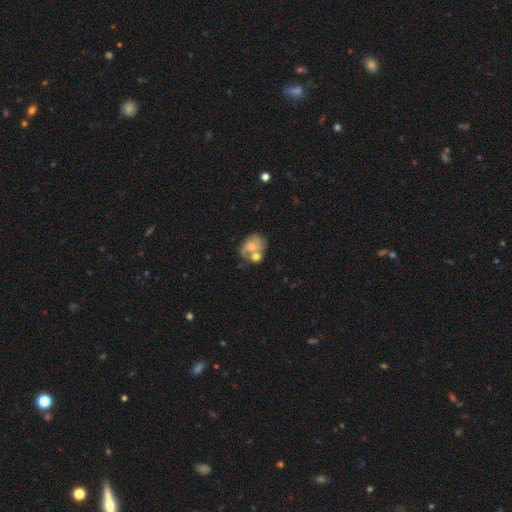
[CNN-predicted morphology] Smooth or featured?
  - smooth: 46% *
  - featured or disk: 45%
  - star or artifact: 9%
Merging?
  - merger: 42% *
  - none: 30%
  - minor disturbance: 17%
  - major disturbance: 12%